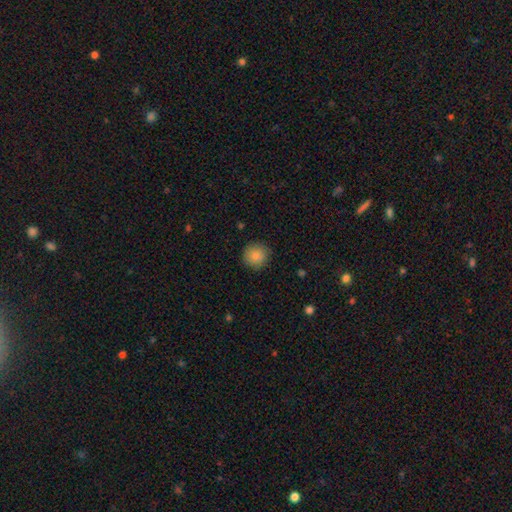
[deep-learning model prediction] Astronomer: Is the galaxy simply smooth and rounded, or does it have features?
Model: smooth — 86%.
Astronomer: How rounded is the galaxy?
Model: round — 94%.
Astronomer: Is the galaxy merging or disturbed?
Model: none — 89%.